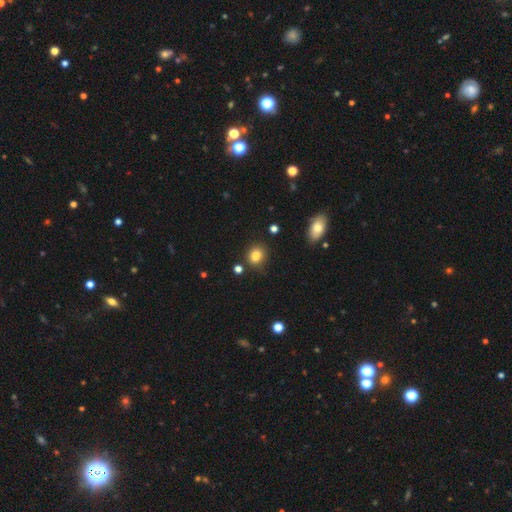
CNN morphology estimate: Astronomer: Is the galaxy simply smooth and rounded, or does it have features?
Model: smooth — 84%.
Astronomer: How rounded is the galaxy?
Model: round — 67%.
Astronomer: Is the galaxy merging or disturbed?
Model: none — 80%.